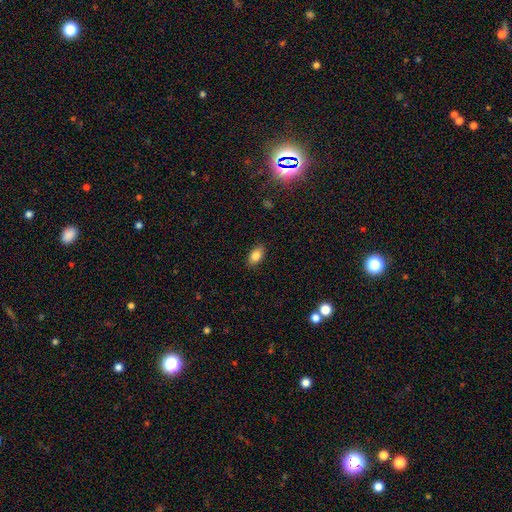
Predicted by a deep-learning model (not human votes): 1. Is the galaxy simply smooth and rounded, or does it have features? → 84% smooth, 8% star or artifact, 7% featured or disk.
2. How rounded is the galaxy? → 90% in between, 6% round, 4% cigar-shaped.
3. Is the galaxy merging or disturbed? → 87% none, 10% minor disturbance, 2% major disturbance, 1% merger.